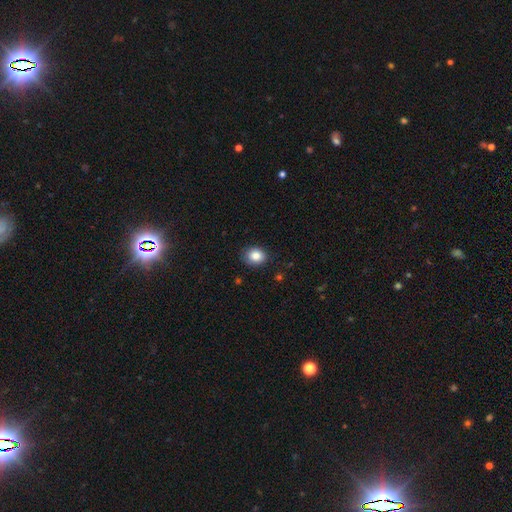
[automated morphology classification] Q: Smooth or featured?
A: smooth (85%); runner-up: star or artifact (9%)
Q: How rounded?
A: round (54%); runner-up: in between (45%)
Q: Merging?
A: none (83%); runner-up: minor disturbance (14%)